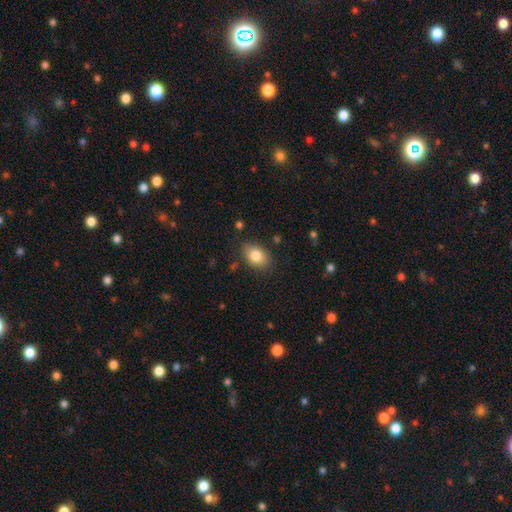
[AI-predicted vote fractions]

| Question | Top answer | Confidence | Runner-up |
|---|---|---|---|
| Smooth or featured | smooth | 83% | featured or disk (9%) |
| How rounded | in between | 77% | round (22%) |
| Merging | none | 82% | minor disturbance (14%) |